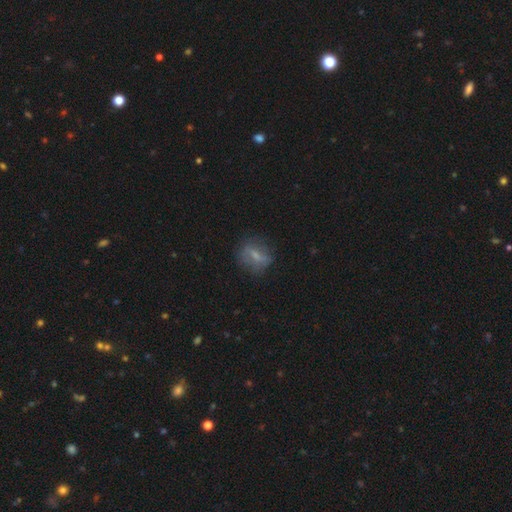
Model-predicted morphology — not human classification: A smooth galaxy with no disk features (48%). Merging: none (69%).